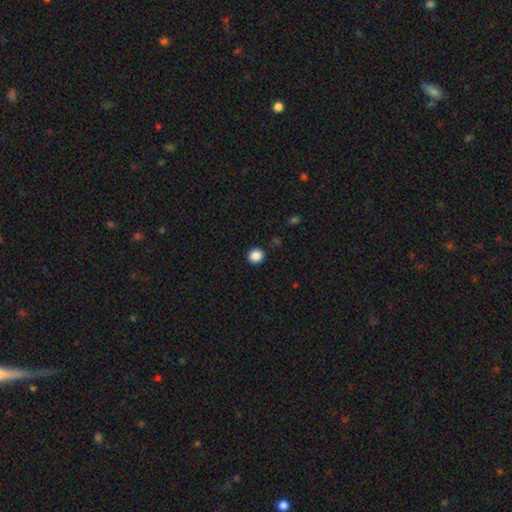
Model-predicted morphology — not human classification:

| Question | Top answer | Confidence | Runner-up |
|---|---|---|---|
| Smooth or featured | smooth | 87% | star or artifact (10%) |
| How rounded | round | 89% | in between (10%) |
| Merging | none | 92% | minor disturbance (5%) |